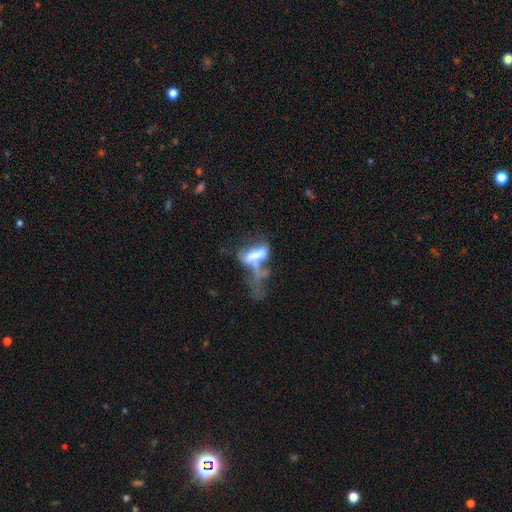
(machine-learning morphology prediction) smooth 46%, featured or disk 43%, star or artifact 11%. Down the decision tree: merging — major disturbance (41%).